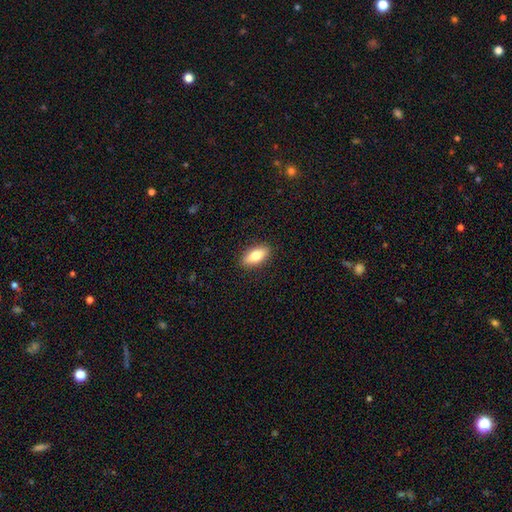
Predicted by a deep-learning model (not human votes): A smooth galaxy with no disk features (75%) that is in between round and cigar-shaped (82%).

Vote fractions:
- Smooth or featured? smooth: 75% / featured or disk: 19% / star or artifact: 7%
- How rounded? in between: 82% / cigar-shaped: 14% / round: 4%
- Merging? none: 89% / minor disturbance: 8% / major disturbance: 2% / merger: 1%